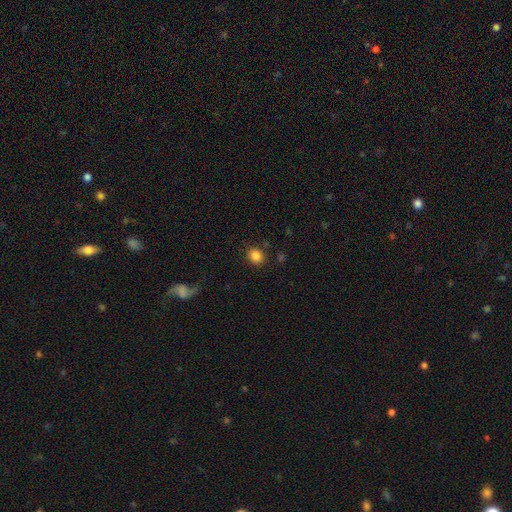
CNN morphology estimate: Overall: smooth (85%). How rounded: round (73%). Merging: none (85%).